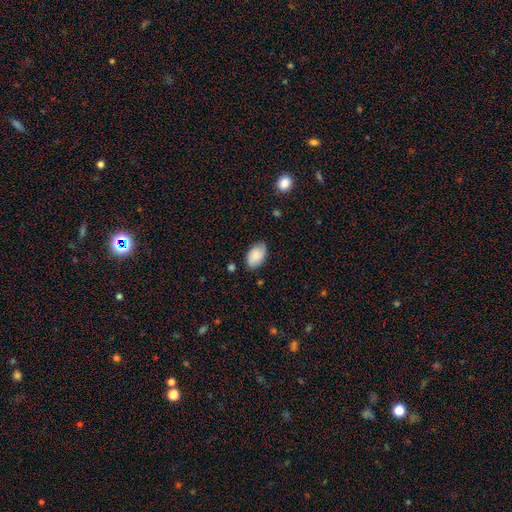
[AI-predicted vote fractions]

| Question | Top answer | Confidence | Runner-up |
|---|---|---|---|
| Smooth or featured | smooth | 79% | featured or disk (14%) |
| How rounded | in between | 92% | round (6%) |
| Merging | none | 78% | minor disturbance (17%) |